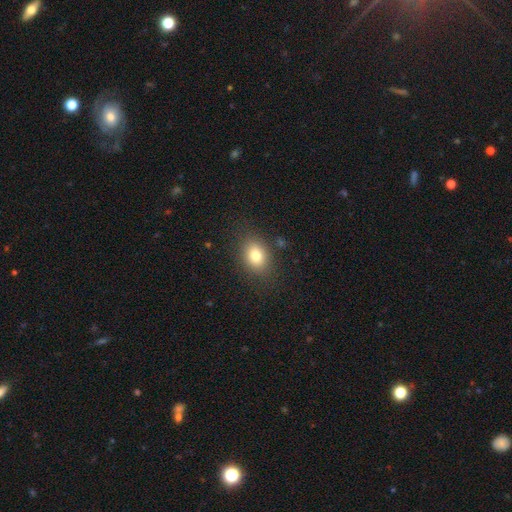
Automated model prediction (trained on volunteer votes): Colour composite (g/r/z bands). It shows a smooth galaxy with no disk features (79%) that is in between round and cigar-shaped (62%). Merging: none (84%).